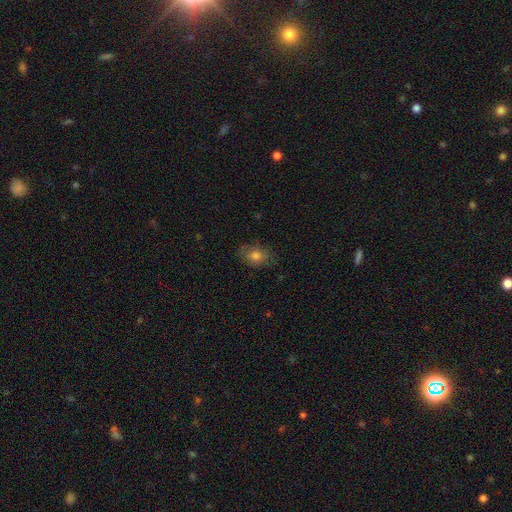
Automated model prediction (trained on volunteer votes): The model was most divided on "how rounded": in between: 75%, round: 23%, cigar-shaped: 2%. More confident: smooth or featured — smooth (75%); merging — none (75%).